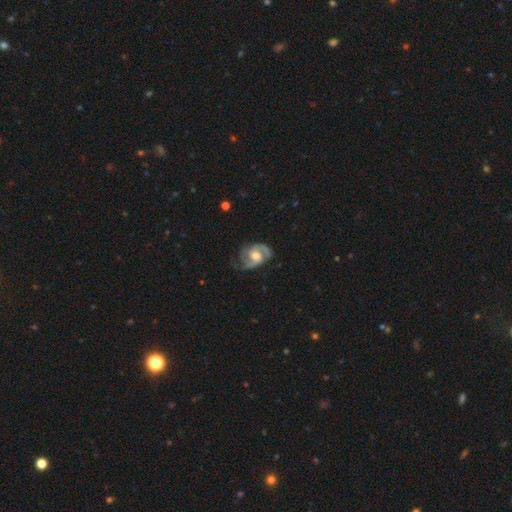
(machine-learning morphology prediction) Overall: featured or disk (86%). Edge-on disk: no (98%). Bar: no (53%; weak 38%). Spiral arms: yes (96%). Spiral arm count: 2 (77%). Spiral winding: medium (50%; tight 33%). Bulge size: moderate (65%). Merging: none (62%; minor disturbance 23%).